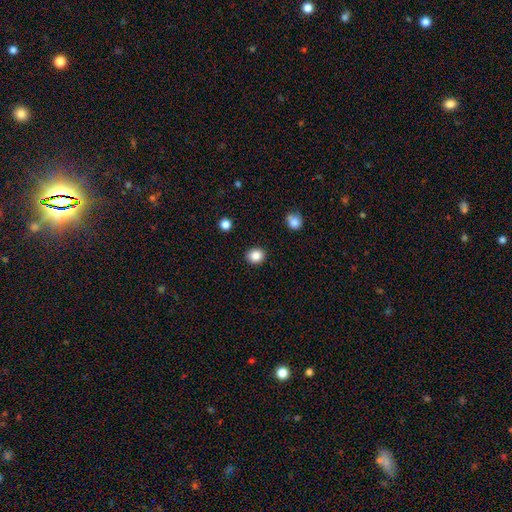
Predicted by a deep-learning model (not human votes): smooth-or-featured: smooth: 86% | star or artifact: 10% | featured or disk: 4%
  how-rounded: round: 72% | in between: 27% | cigar-shaped: 1%
  merging: none: 90% | minor disturbance: 6% | major disturbance: 2% | merger: 1%